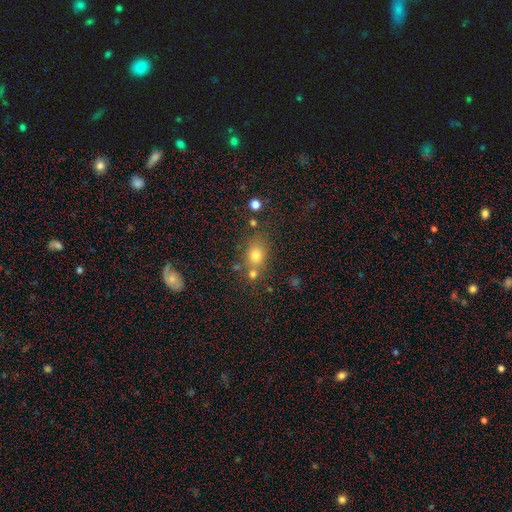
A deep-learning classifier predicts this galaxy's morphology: Q: Smooth or featured?
A: smooth (72%); runner-up: star or artifact (16%)
Q: How rounded?
A: round (50%); runner-up: in between (48%)
Q: Merging?
A: none (62%); runner-up: merger (19%)